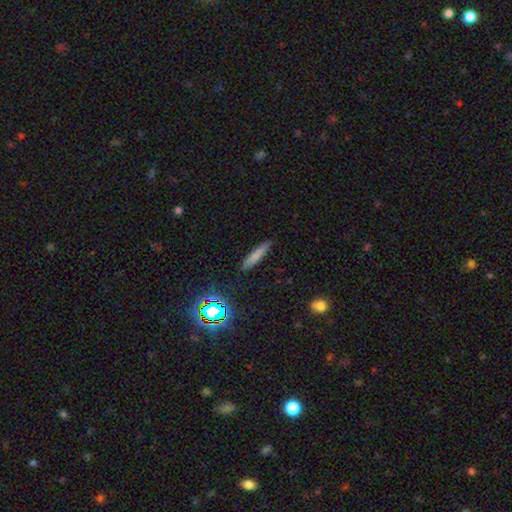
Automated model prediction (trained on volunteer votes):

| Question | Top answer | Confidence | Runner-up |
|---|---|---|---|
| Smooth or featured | smooth | 73% | featured or disk (15%) |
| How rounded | cigar-shaped | 88% | in between (10%) |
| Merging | none | 86% | minor disturbance (10%) |